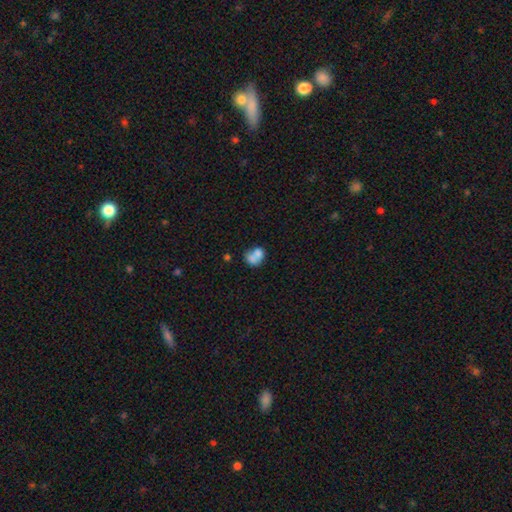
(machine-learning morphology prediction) Q: Smooth or featured?
A: smooth (69%); runner-up: featured or disk (21%)
Q: How rounded?
A: round (52%); runner-up: in between (47%)
Q: Merging?
A: merger (61%); runner-up: none (23%)